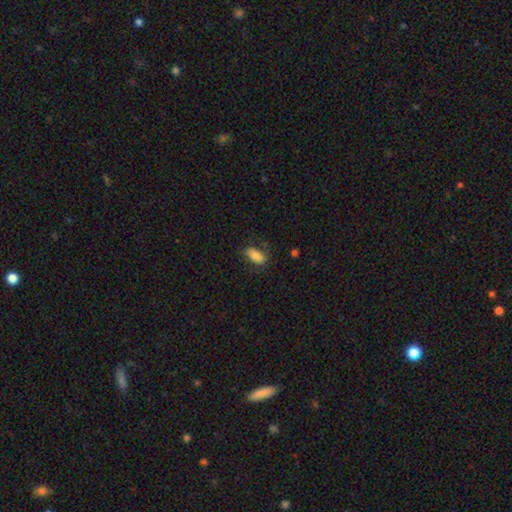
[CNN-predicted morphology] Smooth or featured? smooth (80%)
How rounded? in between (88%)
Merging? none (66%)